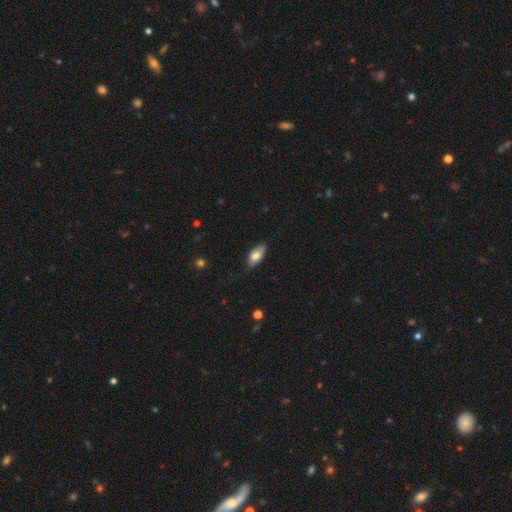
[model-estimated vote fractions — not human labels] The model was most divided on "smooth or featured": smooth: 75%, featured or disk: 19%, star or artifact: 6%. More confident: how rounded — in between (88%); merging — none (77%).